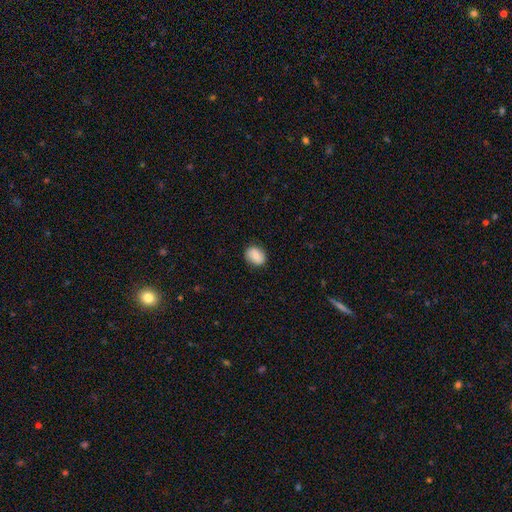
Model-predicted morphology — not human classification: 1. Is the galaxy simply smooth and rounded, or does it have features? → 72% smooth, 20% featured or disk, 8% star or artifact.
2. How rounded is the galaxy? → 54% in between, 44% round, 1% cigar-shaped.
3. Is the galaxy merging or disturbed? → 84% none, 12% minor disturbance, 3% major disturbance, 1% merger.